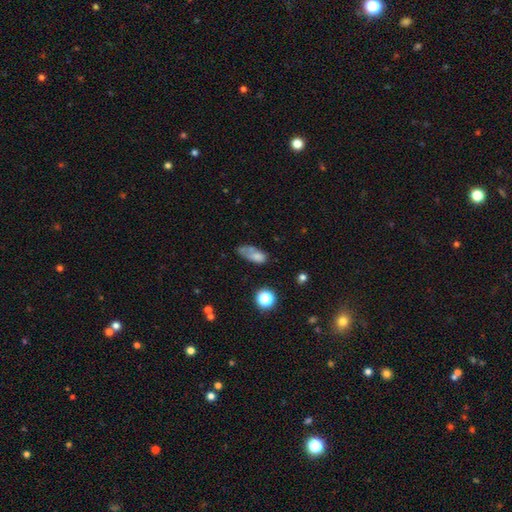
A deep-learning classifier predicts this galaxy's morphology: A smooth galaxy with no disk features (63%) that is in between round and cigar-shaped (79%).

Vote fractions:
- Smooth or featured? smooth: 63% / featured or disk: 23% / star or artifact: 14%
- How rounded? in between: 79% / cigar-shaped: 12% / round: 9%
- Merging? none: 33% / minor disturbance: 28% / major disturbance: 24% / merger: 15%